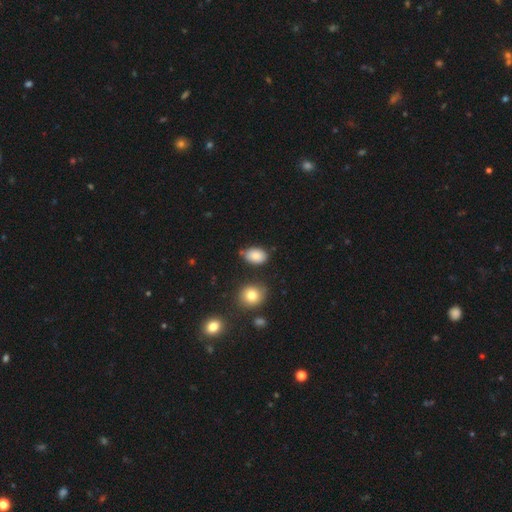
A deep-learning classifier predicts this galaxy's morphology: Smooth or featured?
  - smooth: 85% *
  - star or artifact: 9%
  - featured or disk: 6%
How rounded?
  - in between: 83% *
  - round: 15%
  - cigar-shaped: 1%
Merging?
  - none: 75% *
  - minor disturbance: 16%
  - merger: 5%
  - major disturbance: 3%